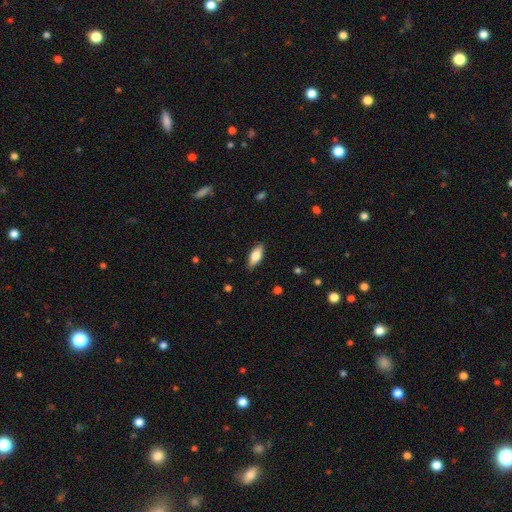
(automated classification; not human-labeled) Overall: smooth (75%). How rounded: in between (74%). Merging: none (86%).